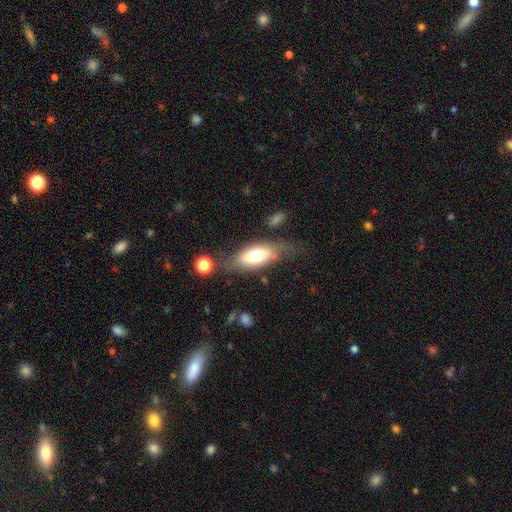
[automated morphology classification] smooth 62%, featured or disk 31%, star or artifact 7%. Down the decision tree: how rounded — in between (78%); merging — none (55%).